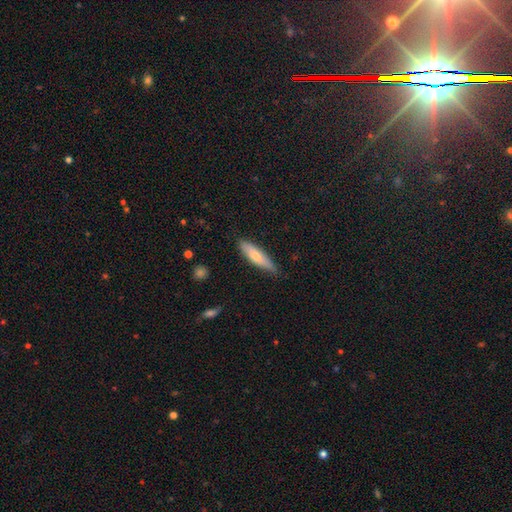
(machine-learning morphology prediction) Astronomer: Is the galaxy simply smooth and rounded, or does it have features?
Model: smooth — 67%.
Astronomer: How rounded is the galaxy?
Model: cigar-shaped — 68%.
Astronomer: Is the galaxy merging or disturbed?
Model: none — 80%.